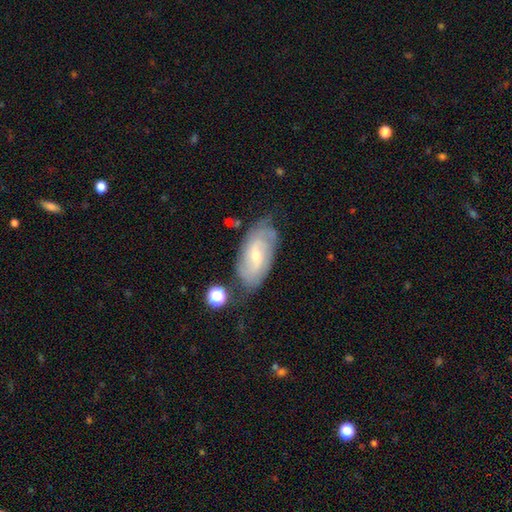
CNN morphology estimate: This appears to be a featured or disk galaxy (76%) with a weak bar (53%), 2 (43%) tight (50%) spiral arms (92%) and a small central bulge (60%). Merging: none (69%).